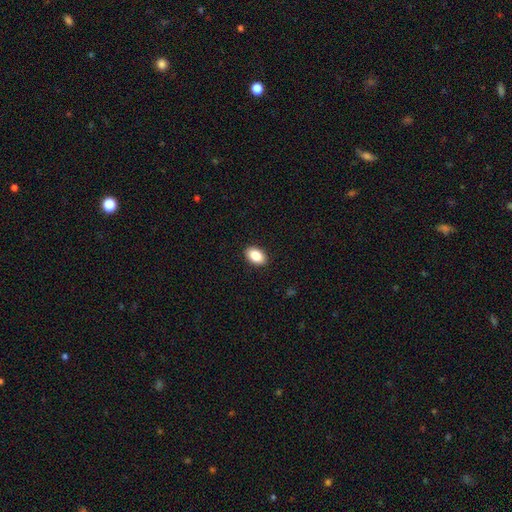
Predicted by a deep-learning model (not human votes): Morphology: type=smooth (89%); roundness=in between (91%); merging=none (90%).